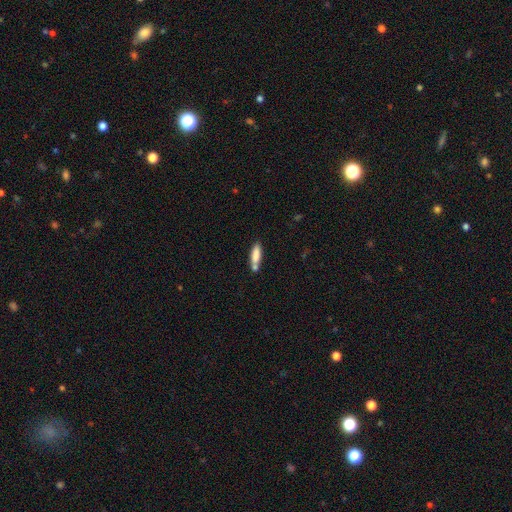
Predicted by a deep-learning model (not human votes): The model was most divided on "how rounded": cigar-shaped: 55%, in between: 43%, round: 2%. More confident: smooth or featured — smooth (82%); merging — none (56%).